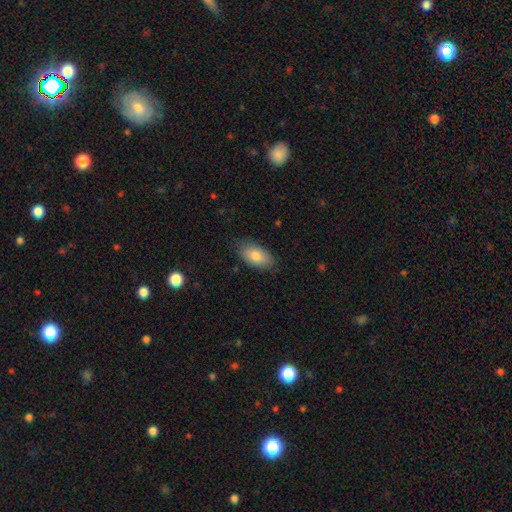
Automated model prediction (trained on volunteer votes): Overall: smooth (81%). How rounded: in between (93%). Merging: none (80%).